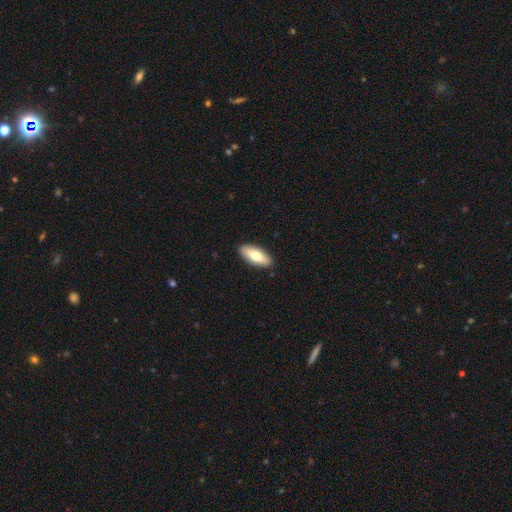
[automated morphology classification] type=smooth (74%); roundness=in between (76%); merging=none (89%).